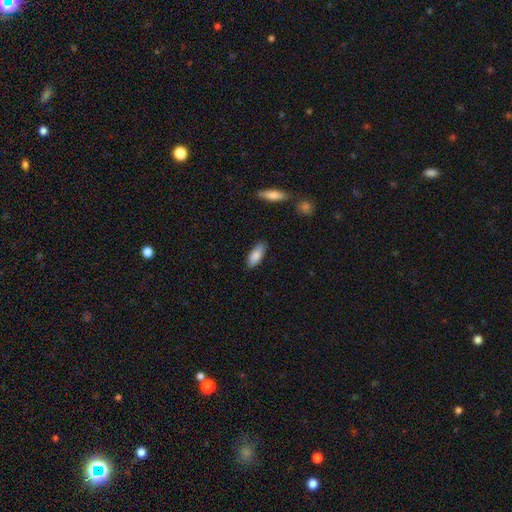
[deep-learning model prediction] Morphology: type=smooth (85%); roundness=in between (78%); merging=none (86%).